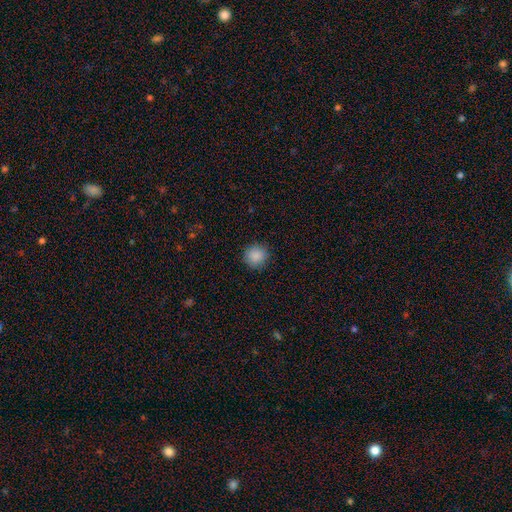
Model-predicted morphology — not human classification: A smooth galaxy with no disk features (88%) that is round (92%).

Vote fractions:
- Smooth or featured? smooth: 88% / star or artifact: 9% / featured or disk: 3%
- How rounded? round: 92% / in between: 7% / cigar-shaped: 1%
- Merging? none: 90% / minor disturbance: 7% / major disturbance: 2% / merger: 1%